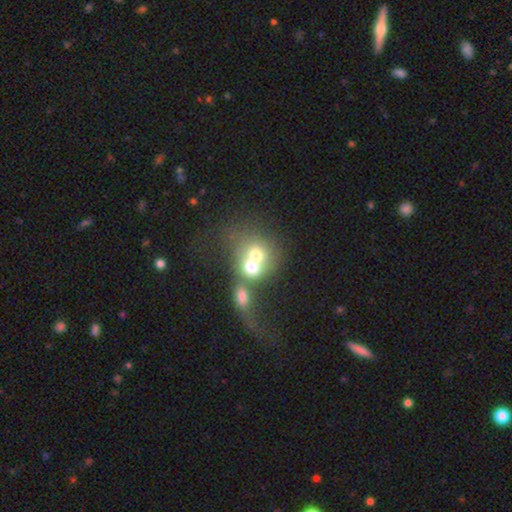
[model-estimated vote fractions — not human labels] Q: Smooth or featured?
A: smooth (61%); runner-up: featured or disk (27%)
Q: How rounded?
A: round (67%); runner-up: in between (32%)
Q: Merging?
A: merger (72%); runner-up: none (17%)